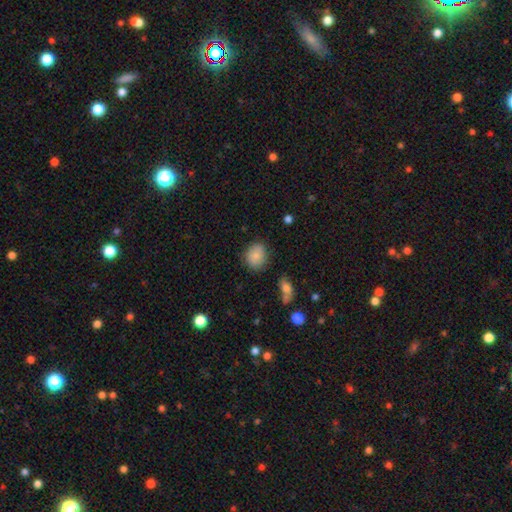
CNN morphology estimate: Smooth or featured?
  - smooth: 85% *
  - star or artifact: 8%
  - featured or disk: 7%
How rounded?
  - round: 63% *
  - in between: 36%
  - cigar-shaped: 1%
Merging?
  - none: 78% *
  - minor disturbance: 16%
  - major disturbance: 4%
  - merger: 3%